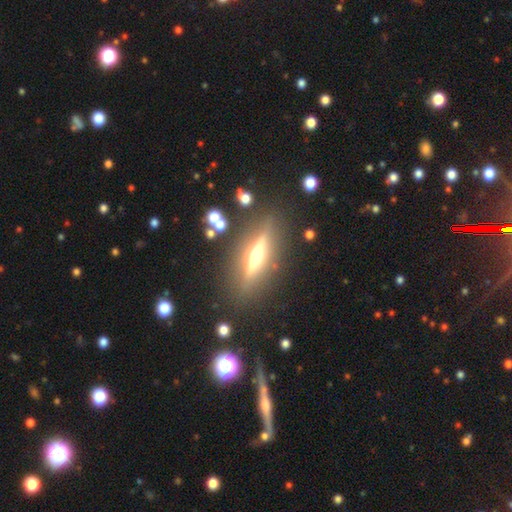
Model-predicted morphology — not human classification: type=featured or disk (70%); edge-on=yes (92%); edge-on bulge=rounded (93%); merging=none (83%).